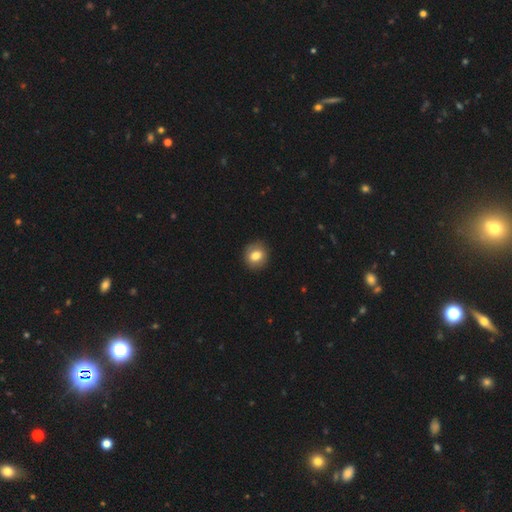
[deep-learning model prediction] A smooth galaxy with no disk features (79%) that is round (76%).

Vote fractions:
- Smooth or featured? smooth: 79% / featured or disk: 12% / star or artifact: 9%
- How rounded? round: 76% / in between: 23% / cigar-shaped: 1%
- Merging? none: 89% / minor disturbance: 8% / major disturbance: 2% / merger: 1%